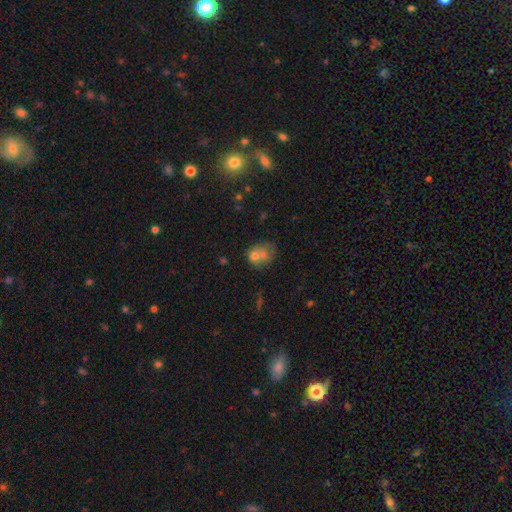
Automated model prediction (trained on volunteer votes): smooth 66%, featured or disk 23%, star or artifact 11%. Down the decision tree: how rounded — round (55%); merging — merger (51%).